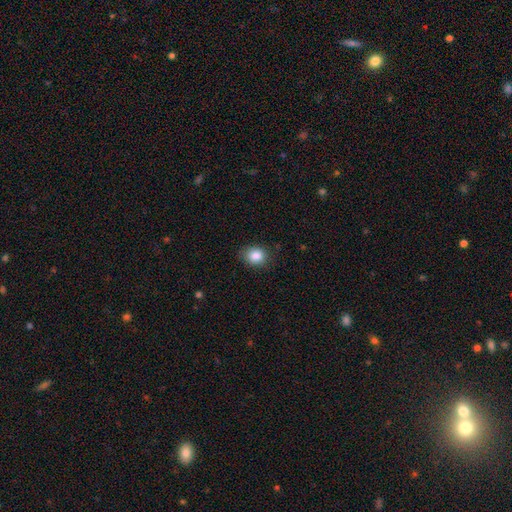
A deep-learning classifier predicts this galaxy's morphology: The model was most divided on "how rounded": round: 55%, in between: 44%, cigar-shaped: 1%. More confident: smooth or featured — smooth (86%); merging — none (79%).